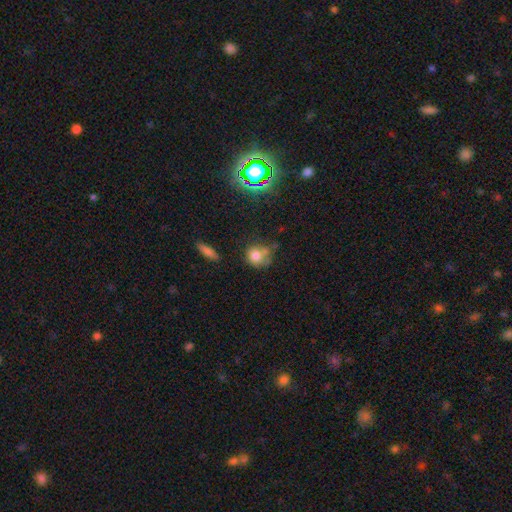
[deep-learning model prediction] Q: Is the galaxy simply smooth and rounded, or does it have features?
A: smooth — 74%.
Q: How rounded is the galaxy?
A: round — 78%.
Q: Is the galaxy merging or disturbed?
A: none — 48%.